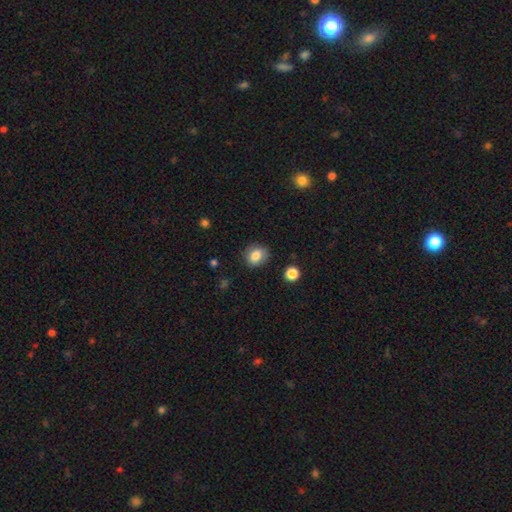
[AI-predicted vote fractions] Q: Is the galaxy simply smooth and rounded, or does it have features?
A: smooth — 81%.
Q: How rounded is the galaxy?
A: round — 57%.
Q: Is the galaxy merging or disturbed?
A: none — 83%.